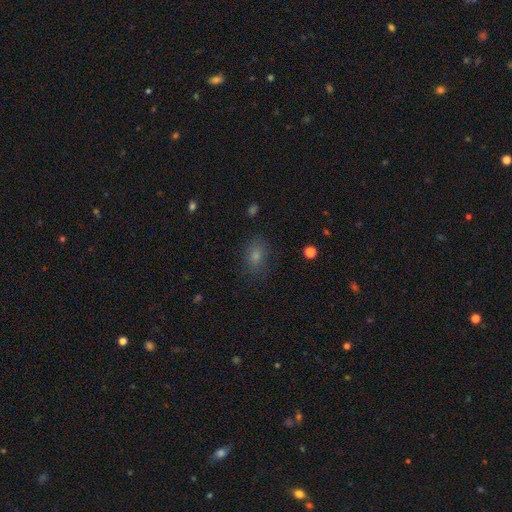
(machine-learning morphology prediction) The model was most divided on "how rounded": in between: 61%, round: 37%, cigar-shaped: 2%. More confident: merging — none (82%); smooth or featured — smooth (66%).